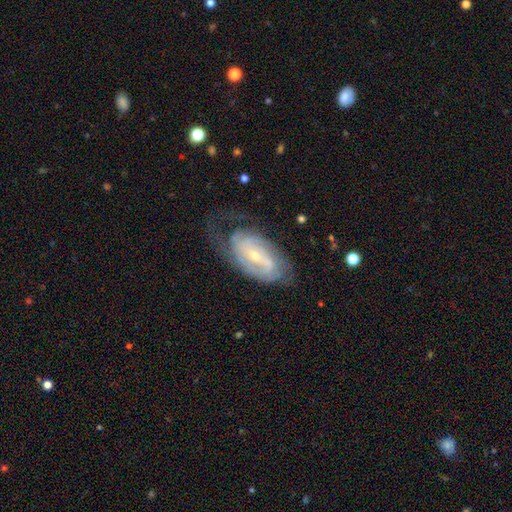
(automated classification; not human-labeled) Overall: featured or disk (81%). Edge-on disk: no (94%). Bar: weak (44%; no 36%). Spiral arms: yes (91%). Spiral arm count: 2 (49%; can't tell 31%). Spiral winding: tight (50%; medium 36%). Bulge size: small (65%; moderate 31%). Merging: none (53%; minor disturbance 25%).